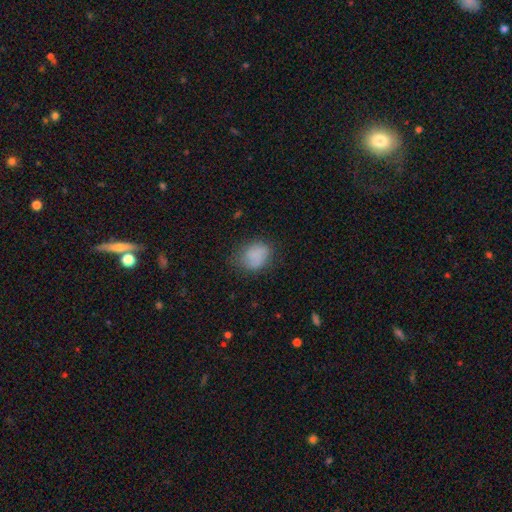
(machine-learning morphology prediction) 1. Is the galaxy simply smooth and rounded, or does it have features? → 82% smooth, 9% featured or disk, 9% star or artifact.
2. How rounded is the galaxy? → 53% in between, 46% round, 1% cigar-shaped.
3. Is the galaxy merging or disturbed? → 63% none, 26% minor disturbance, 10% major disturbance, 2% merger.